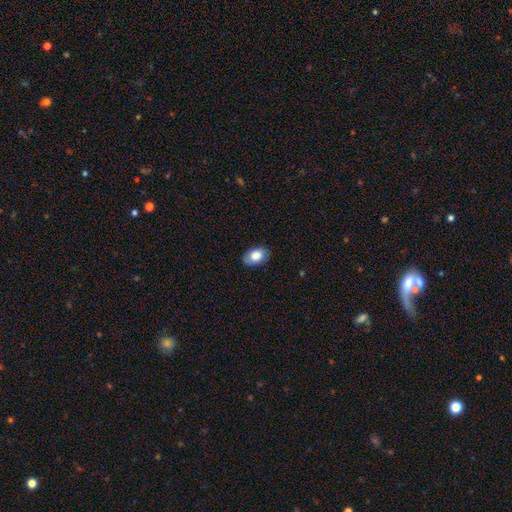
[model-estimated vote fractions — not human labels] Overall: smooth (80%). How rounded: in between (89%). Merging: none (82%).